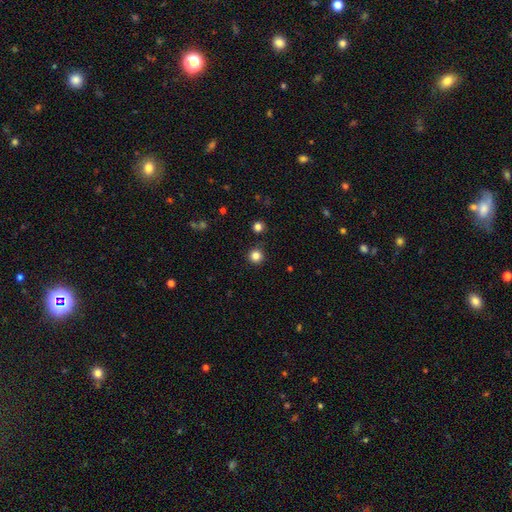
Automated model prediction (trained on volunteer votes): Overall: smooth (83%). How rounded: round (96%). Merging: none (91%).